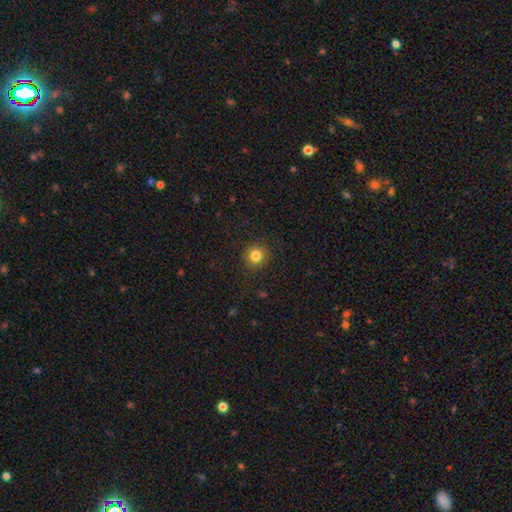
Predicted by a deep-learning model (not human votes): Overall: smooth (82%). How rounded: round (92%). Merging: none (90%).